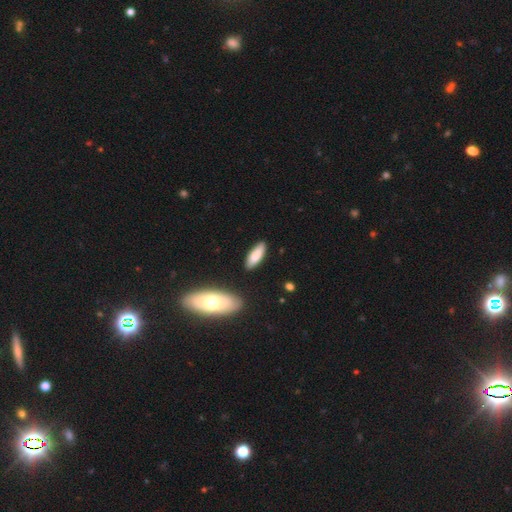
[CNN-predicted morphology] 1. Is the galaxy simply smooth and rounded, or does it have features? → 80% smooth, 14% featured or disk, 6% star or artifact.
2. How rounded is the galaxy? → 55% in between, 43% cigar-shaped, 2% round.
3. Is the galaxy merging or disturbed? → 85% none, 10% minor disturbance, 2% merger, 2% major disturbance.